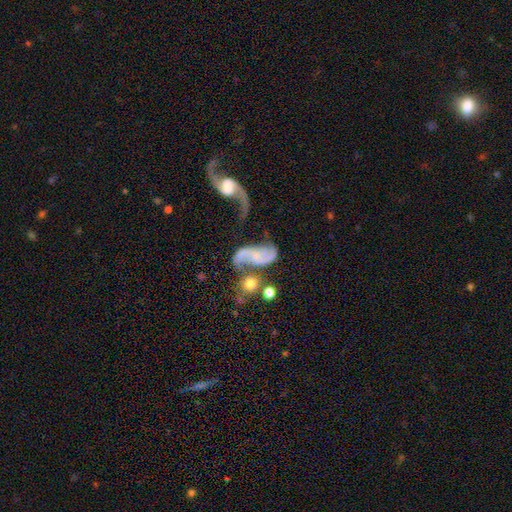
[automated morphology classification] A featured or disk galaxy (79%) with no bar (56%), 2 (89%) loose (60%) spiral arms (94%) and a small central bulge (48%). Merging: none (40%).